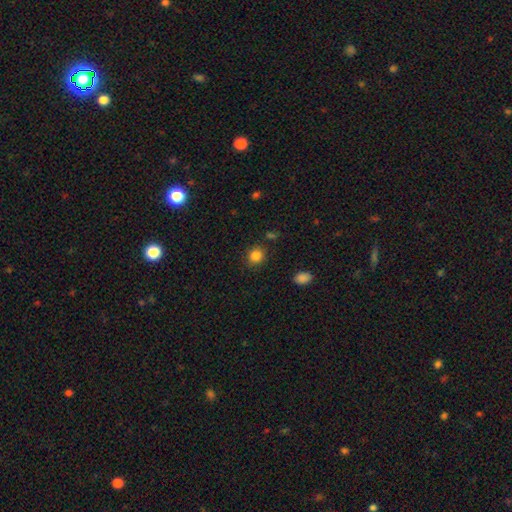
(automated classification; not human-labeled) Smooth or featured: smooth — 85% (star or artifact — 11%)
How rounded: round — 83% (in between — 16%)
Merging: none — 86% (minor disturbance — 9%)